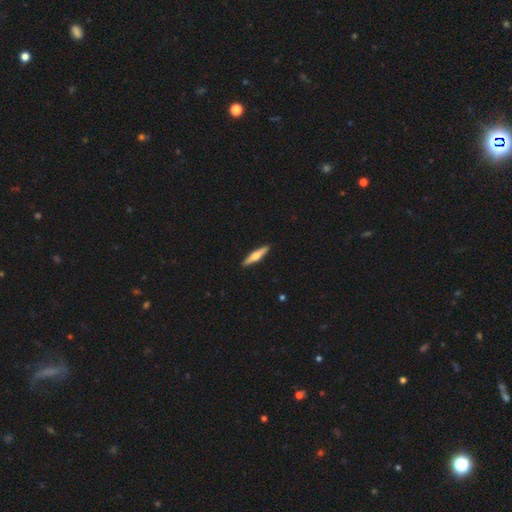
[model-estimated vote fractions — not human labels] This is possibly a featured or disk galaxy (52%). It is clearly viewed edge-on (96%). Edge-on bulge: clearly rounded (90%). Merging: clearly none (92%).